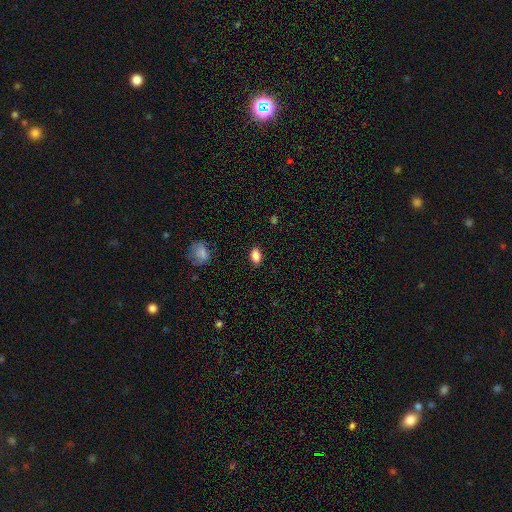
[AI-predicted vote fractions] A smooth galaxy with no disk features (86%) that is in between round and cigar-shaped (86%). Merging: none (87%).